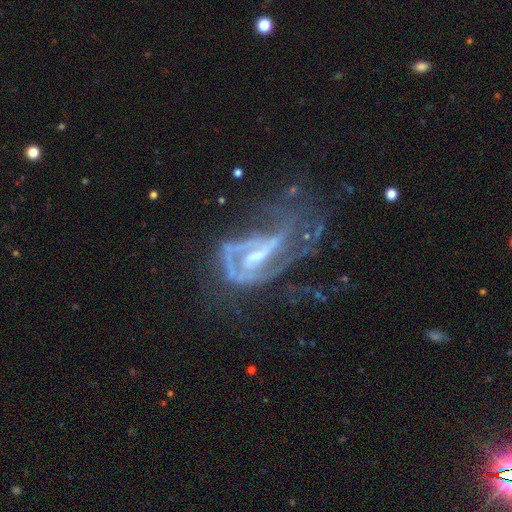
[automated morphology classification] Smooth or featured? featured or disk (84%)
Edge-on disk? no (95%)
Bar? weak (41%)
Spiral arms? yes (86%)
Spiral winding? medium (44%)
Spiral arm count? 2 (42%)
Bulge size? small (43%)
Merging? major disturbance (51%)